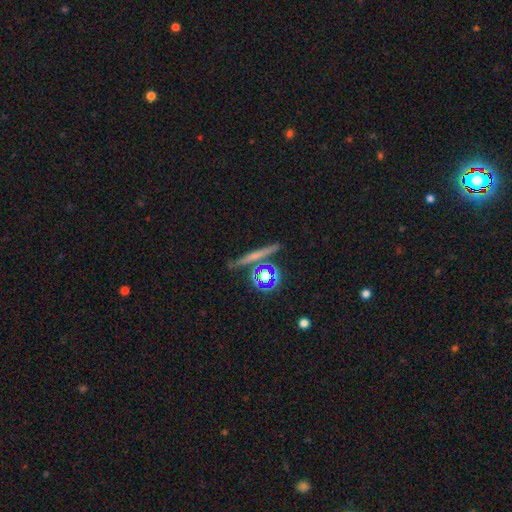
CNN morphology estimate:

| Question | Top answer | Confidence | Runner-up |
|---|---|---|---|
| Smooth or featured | smooth | 41% | featured or disk (37%) |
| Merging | none | 81% | minor disturbance (9%) |